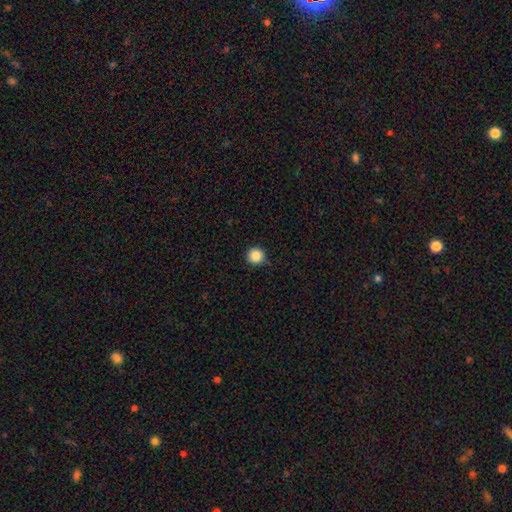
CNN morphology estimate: Smooth or featured? Predicted: smooth (p=0.87). How rounded? Predicted: round (p=0.96). Merging? Predicted: none (p=0.91).